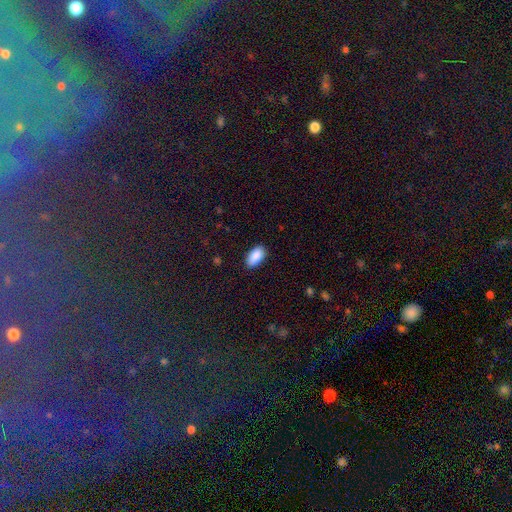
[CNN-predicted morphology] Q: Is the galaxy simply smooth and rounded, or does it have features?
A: smooth — 89%.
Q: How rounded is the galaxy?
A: in between — 94%.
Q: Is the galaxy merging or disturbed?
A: none — 86%.